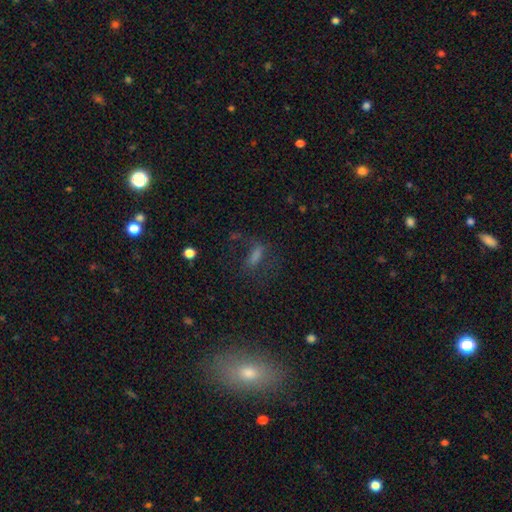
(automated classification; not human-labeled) Smooth or featured: smooth — 46% (star or artifact — 28%)
Merging: none — 57% (major disturbance — 21%)